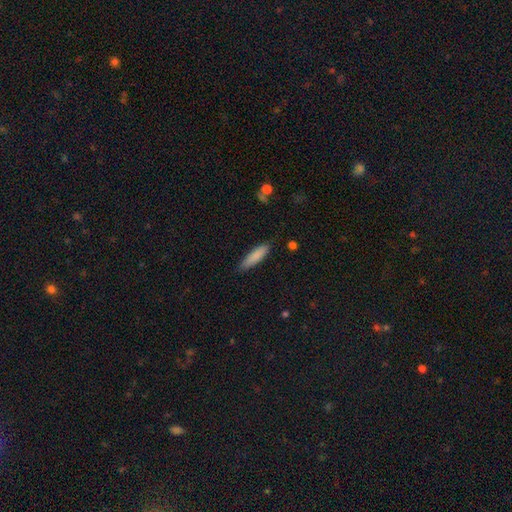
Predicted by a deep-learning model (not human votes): A smooth galaxy with no disk features (85%) that is cigar-shaped (69%).

Vote fractions:
- Smooth or featured? smooth: 85% / featured or disk: 9% / star or artifact: 6%
- How rounded? cigar-shaped: 69% / in between: 30% / round: 1%
- Merging? none: 82% / minor disturbance: 14% / major disturbance: 2% / merger: 1%